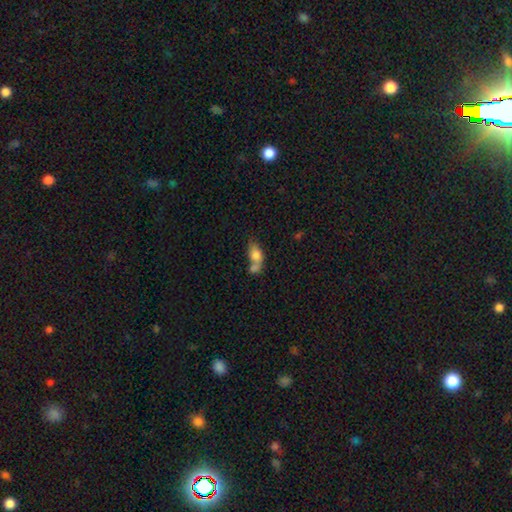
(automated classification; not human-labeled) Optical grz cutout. It shows a smooth galaxy with no disk features (74%) that is in between round and cigar-shaped (78%). Merging: merger (63%).